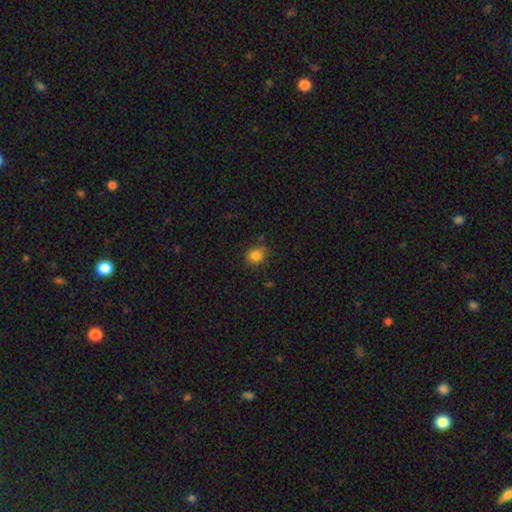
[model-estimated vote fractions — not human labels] Smooth or featured? smooth (82%)
How rounded? round (77%)
Merging? none (81%)